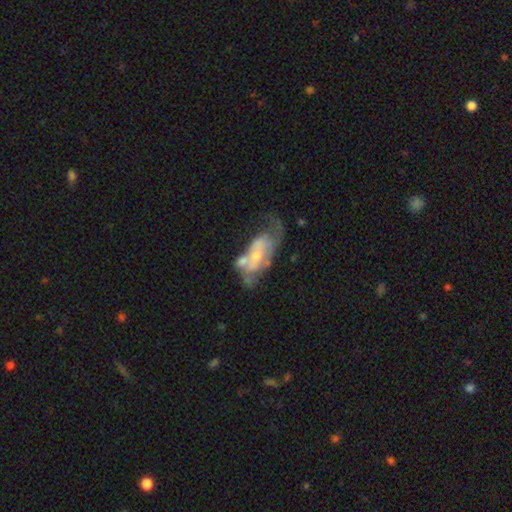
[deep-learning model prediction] Smooth or featured? Predicted: featured or disk (p=0.64). Edge-on disk? Predicted: no (p=0.93). Bar? Predicted: no (p=0.70). Spiral arms? Predicted: yes (p=0.54). Bulge size? Predicted: small (p=0.50). Merging? Predicted: major disturbance (p=0.32).